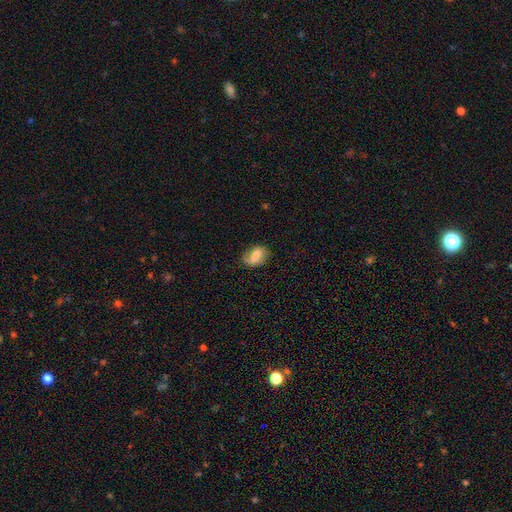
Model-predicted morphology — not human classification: smooth 55%, featured or disk 36%, star or artifact 9%. Down the decision tree: how rounded — in between (78%); merging — none (58%).